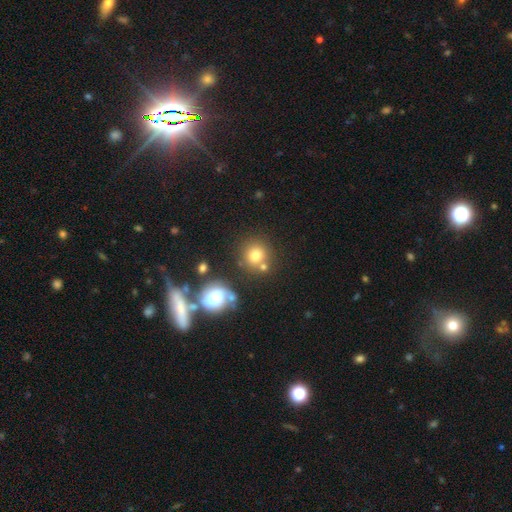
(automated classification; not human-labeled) Q: Smooth or featured?
A: smooth (75%); runner-up: star or artifact (13%)
Q: How rounded?
A: round (89%); runner-up: in between (10%)
Q: Merging?
A: none (69%); runner-up: merger (17%)